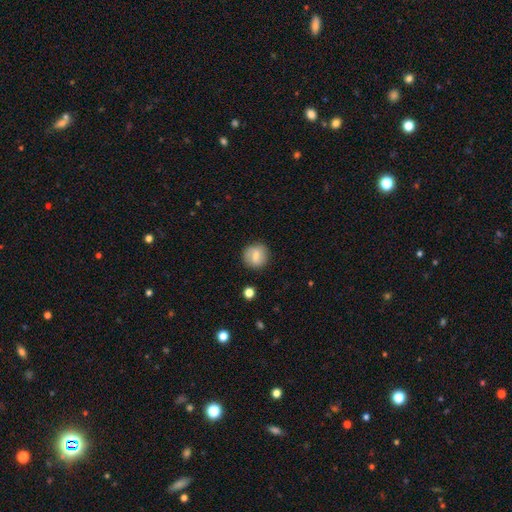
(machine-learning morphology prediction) smooth 70%, featured or disk 22%, star or artifact 8%. Down the decision tree: how rounded — round (88%); merging — none (85%).